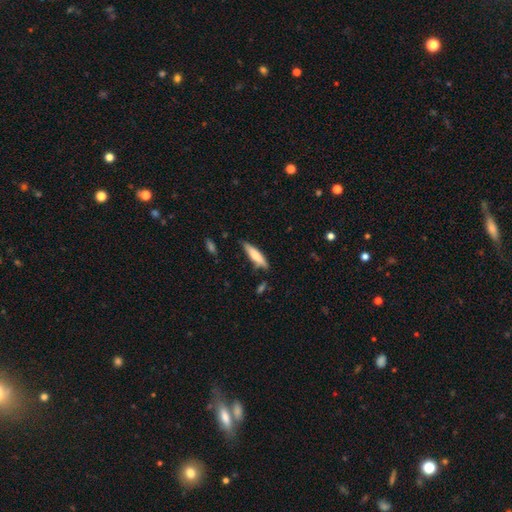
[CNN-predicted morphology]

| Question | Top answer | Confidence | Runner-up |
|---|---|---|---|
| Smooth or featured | smooth | 72% | featured or disk (23%) |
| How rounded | cigar-shaped | 73% | in between (26%) |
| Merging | none | 75% | minor disturbance (18%) |